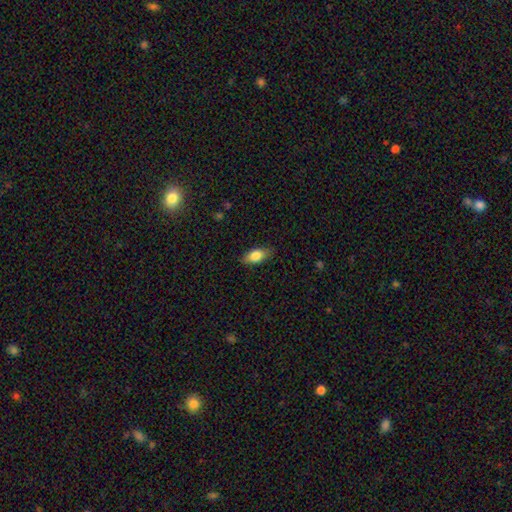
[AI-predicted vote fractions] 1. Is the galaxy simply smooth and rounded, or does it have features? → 80% smooth, 13% featured or disk, 7% star or artifact.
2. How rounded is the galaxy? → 86% in between, 9% cigar-shaped, 4% round.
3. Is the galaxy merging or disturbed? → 85% none, 11% minor disturbance, 3% major disturbance, 1% merger.